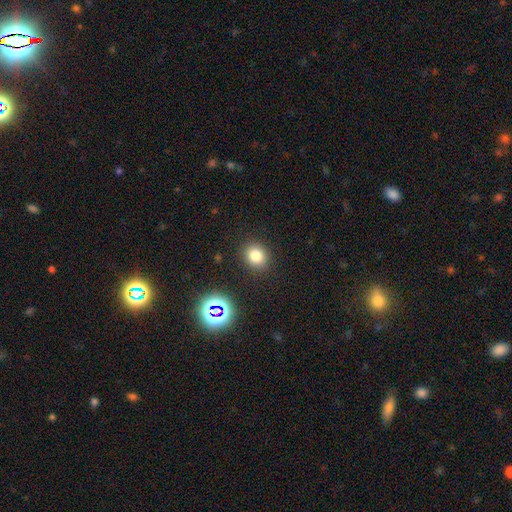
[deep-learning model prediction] Morphology: type=smooth (79%); roundness=round (70%); merging=none (88%).